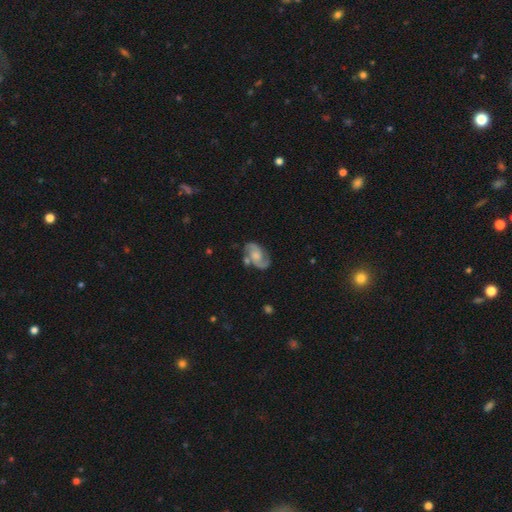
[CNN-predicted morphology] This is clearly a featured or disk galaxy (82%). It is clearly not viewed edge-on (97%). Bar: possibly no (59%). Spiral arm pattern: clearly yes (96%). Spiral arm count: clearly 2 (90%). Spiral winding: possibly medium (53%). Central bulge: marginally moderate (37%). Merging: likely none (68%).